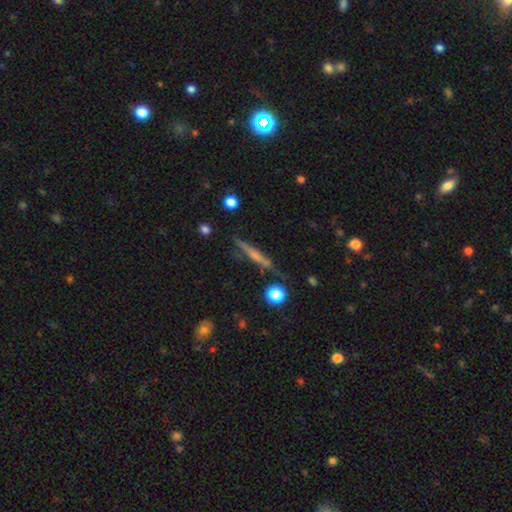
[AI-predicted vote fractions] A featured or disk galaxy (55%) viewed edge-on (95%) with no central bulge (46%). Merging: none (79%).